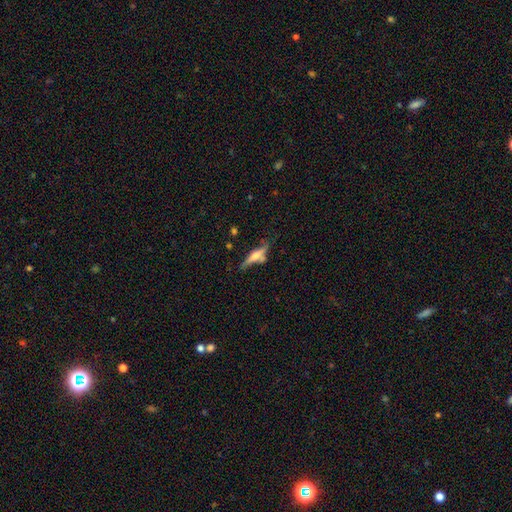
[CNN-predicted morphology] The model was most divided on "smooth or featured": featured or disk: 58%, smooth: 35%, star or artifact: 7%. More confident: edge-on disk — yes (93%); edge-on bulge — rounded (85%); merging — none (59%).